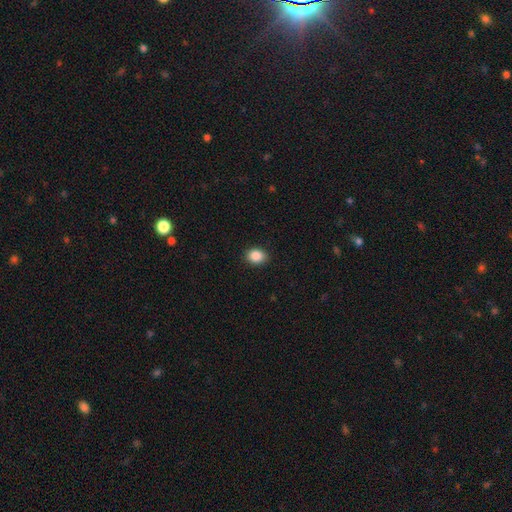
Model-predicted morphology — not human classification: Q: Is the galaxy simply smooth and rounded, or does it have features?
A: smooth — 87%.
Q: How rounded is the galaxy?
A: in between — 56%.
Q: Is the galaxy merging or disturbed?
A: none — 88%.